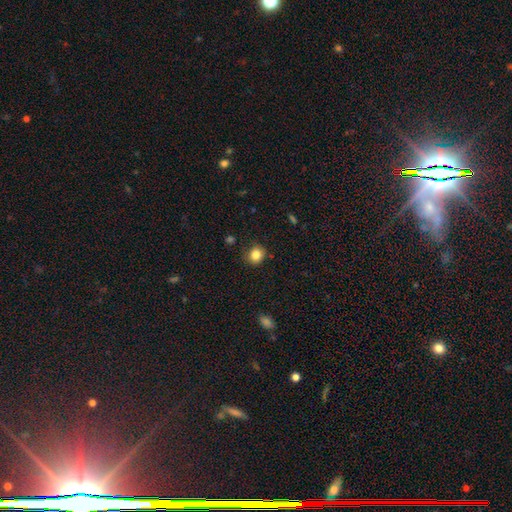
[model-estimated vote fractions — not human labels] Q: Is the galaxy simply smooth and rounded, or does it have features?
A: smooth — 84%.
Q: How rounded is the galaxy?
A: round — 80%.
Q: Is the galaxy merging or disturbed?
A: none — 84%.